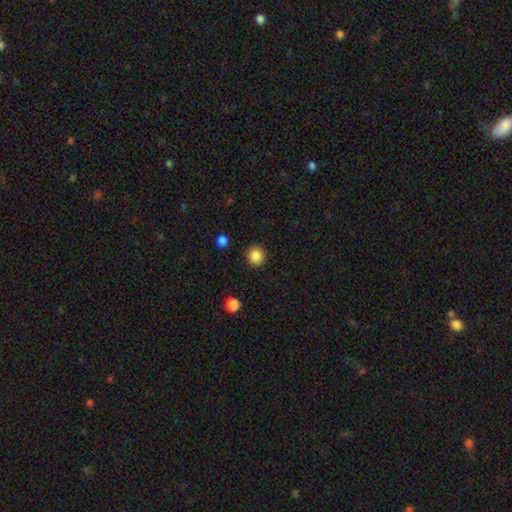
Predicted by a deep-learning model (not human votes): Morphology: type=smooth (86%); roundness=round (89%); merging=none (90%).